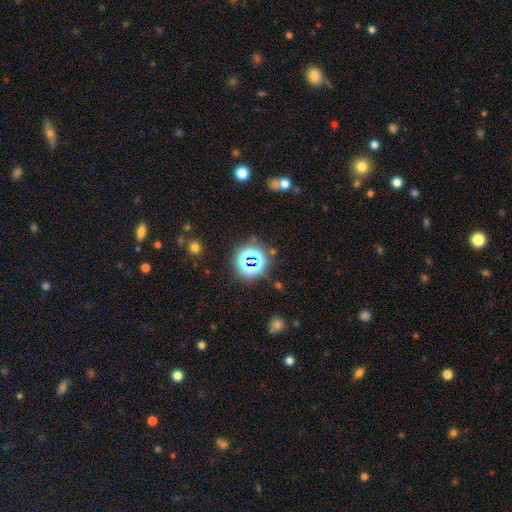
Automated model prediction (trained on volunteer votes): star or artifact 70%, smooth 21%, featured or disk 9%.